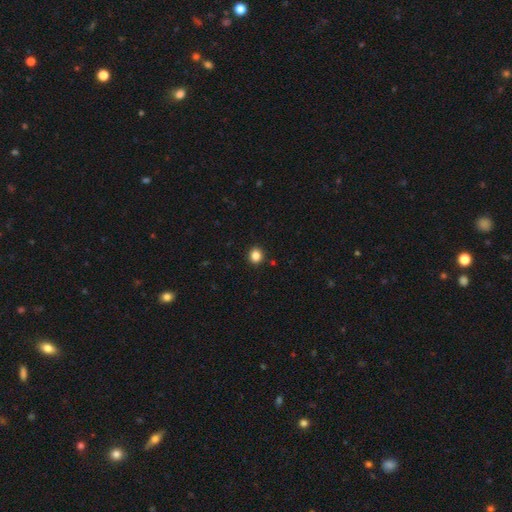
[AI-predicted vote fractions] Smooth or featured?
  - smooth: 85% *
  - star or artifact: 11%
  - featured or disk: 4%
How rounded?
  - round: 77% *
  - in between: 22%
  - cigar-shaped: 1%
Merging?
  - none: 91% *
  - minor disturbance: 6%
  - major disturbance: 2%
  - merger: 1%